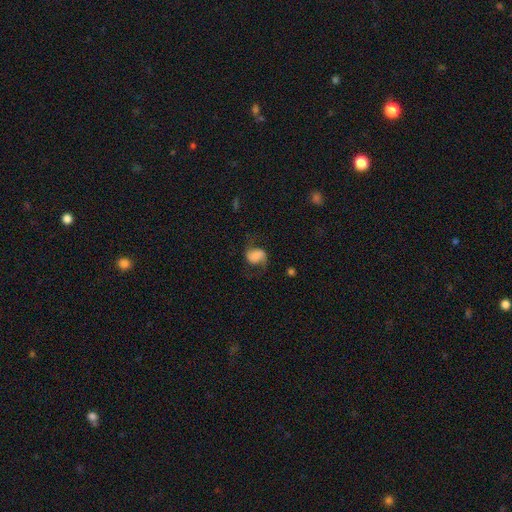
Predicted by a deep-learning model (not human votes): smooth-or-featured: featured or disk: 47% | smooth: 42% | star or artifact: 10%
  merging: none: 58% | minor disturbance: 22% | major disturbance: 18% | merger: 2%